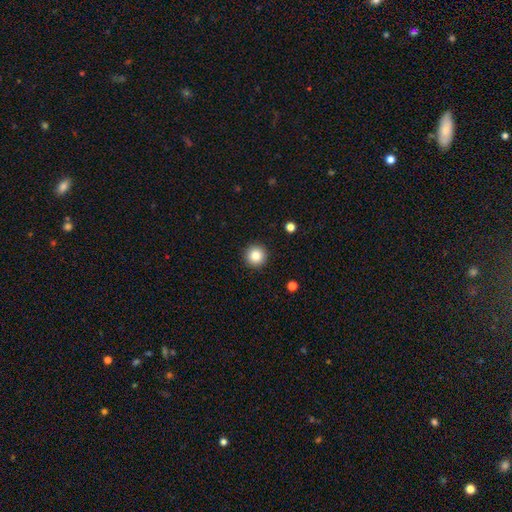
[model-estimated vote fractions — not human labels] Smooth or featured?
  - smooth: 85% *
  - star or artifact: 10%
  - featured or disk: 5%
How rounded?
  - round: 96% *
  - in between: 3%
  - cigar-shaped: 1%
Merging?
  - none: 92% *
  - minor disturbance: 5%
  - major disturbance: 2%
  - merger: 1%